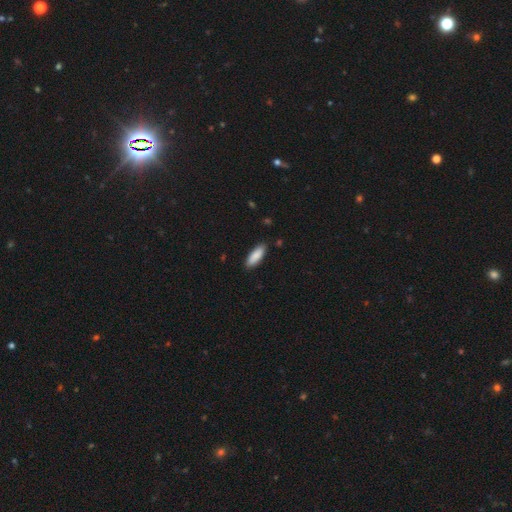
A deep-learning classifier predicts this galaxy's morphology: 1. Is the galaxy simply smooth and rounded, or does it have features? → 88% smooth, 7% featured or disk, 5% star or artifact.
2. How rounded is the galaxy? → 61% in between, 37% cigar-shaped, 1% round.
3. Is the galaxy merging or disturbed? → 87% none, 10% minor disturbance, 2% major disturbance, 1% merger.